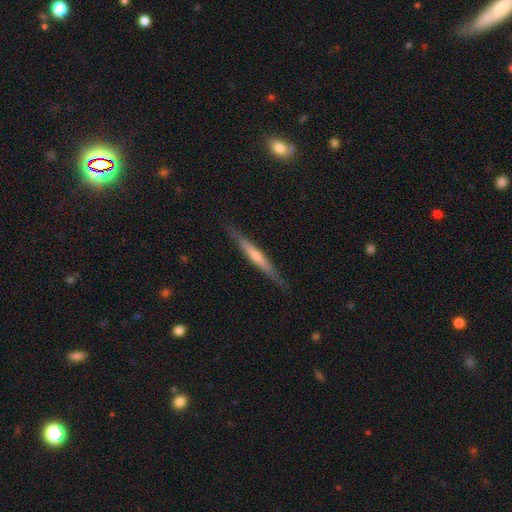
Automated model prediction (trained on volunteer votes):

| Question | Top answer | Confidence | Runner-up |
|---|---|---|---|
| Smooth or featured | featured or disk | 72% | smooth (21%) |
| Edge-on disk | yes | 97% | no (3%) |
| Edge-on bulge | rounded | 66% | none (25%) |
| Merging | none | 88% | minor disturbance (9%) |